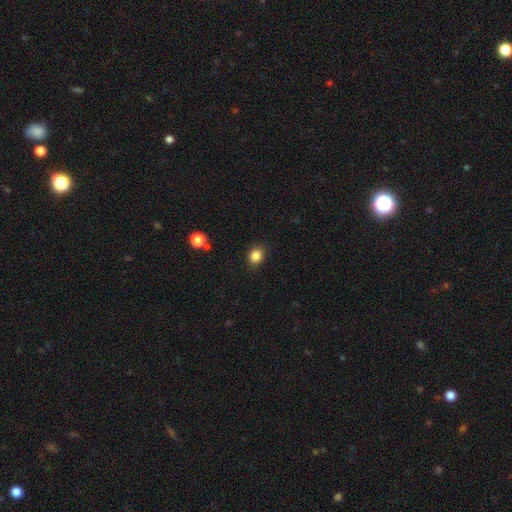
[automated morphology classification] smooth 85%, star or artifact 11%, featured or disk 4%. Down the decision tree: how rounded — round (67%); merging — none (87%).